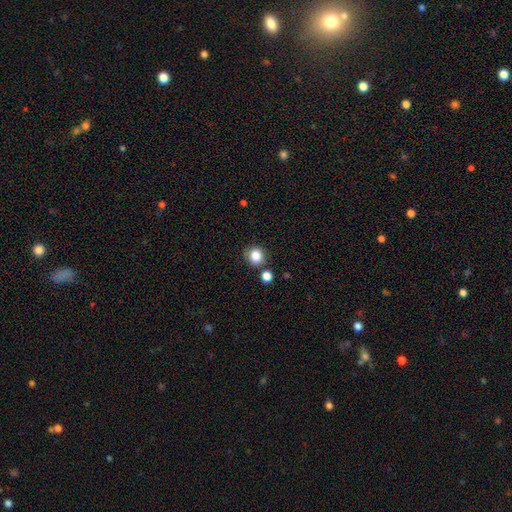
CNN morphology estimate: smooth-or-featured: smooth: 85% | star or artifact: 11% | featured or disk: 5%
  how-rounded: round: 87% | in between: 12% | cigar-shaped: 1%
  merging: none: 77% | minor disturbance: 11% | merger: 9% | major disturbance: 3%